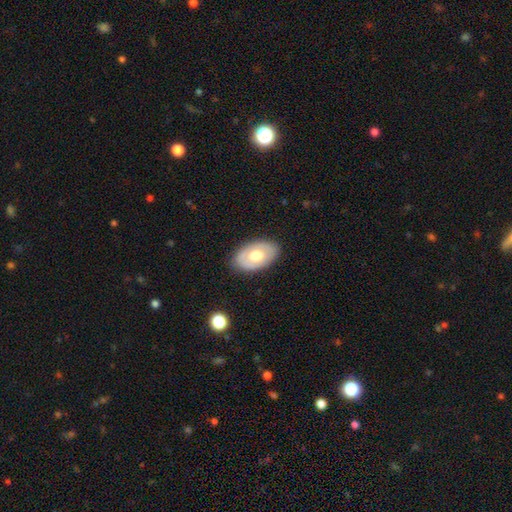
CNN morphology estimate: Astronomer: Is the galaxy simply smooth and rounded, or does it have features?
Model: smooth — 54% (runner-up: featured or disk, 40%).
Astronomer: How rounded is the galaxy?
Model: in between — 90%.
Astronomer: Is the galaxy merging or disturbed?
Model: none — 83%.